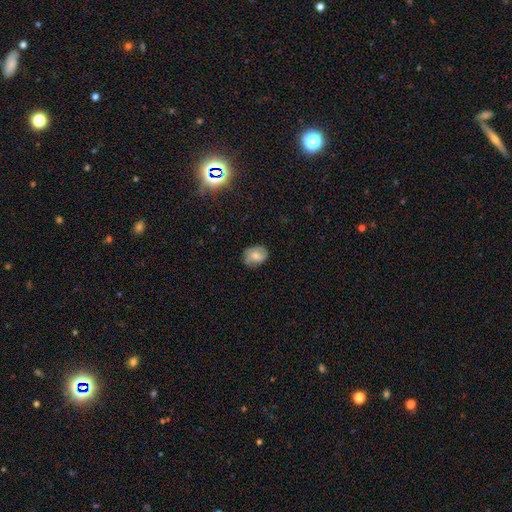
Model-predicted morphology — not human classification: smooth_or_featured: smooth (p=0.62) [alt: featured or disk p=0.29]
how_rounded: in between (p=0.58) [alt: round p=0.41]
merging: none (p=0.67) [alt: minor disturbance p=0.25]